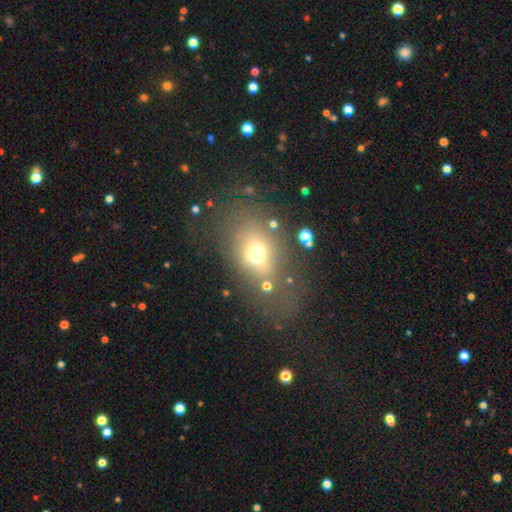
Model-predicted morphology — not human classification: Smooth or featured: smooth — 57% (featured or disk — 24%)
How rounded: in between — 70% (round — 27%)
Merging: none — 47% (major disturbance — 19%)